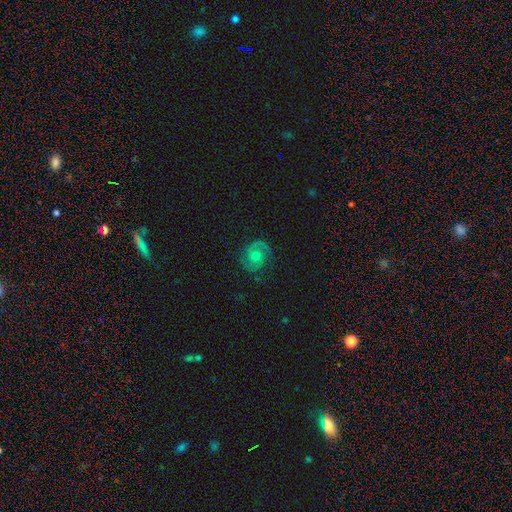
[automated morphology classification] smooth_or_featured: featured or disk (p=0.72) [alt: smooth p=0.20]
disk_edge_on: no (p=0.97) [alt: yes p=0.03]
bar: no (p=0.73) [alt: weak p=0.23]
has_spiral_arms: yes (p=0.91) [alt: no p=0.09]
spiral_winding: medium (p=0.43) [alt: tight p=0.41]
spiral_arm_count: 2 (p=0.75) [alt: 1 p=0.11]
bulge_size: moderate (p=0.70) [alt: small p=0.22]
merging: none (p=0.76) [alt: minor disturbance p=0.16]